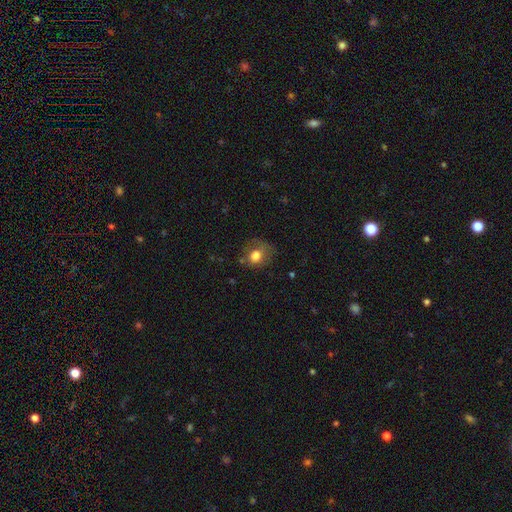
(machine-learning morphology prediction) type=smooth (74%); roundness=round (60%); merging=none (49%).